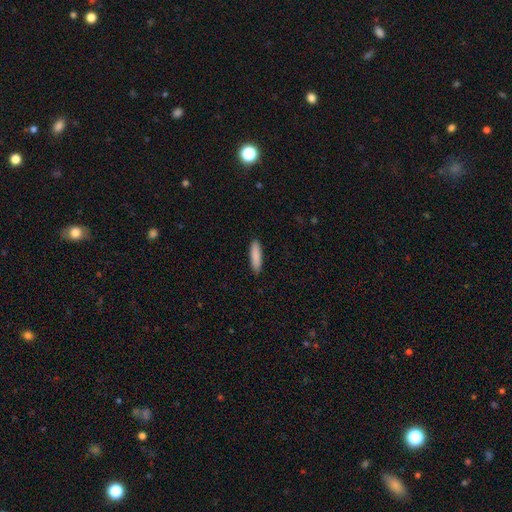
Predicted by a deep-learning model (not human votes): Smooth or featured?
  - smooth: 88% *
  - featured or disk: 6%
  - star or artifact: 6%
How rounded?
  - cigar-shaped: 71% *
  - in between: 28%
  - round: 1%
Merging?
  - none: 90% *
  - minor disturbance: 7%
  - major disturbance: 2%
  - merger: 1%